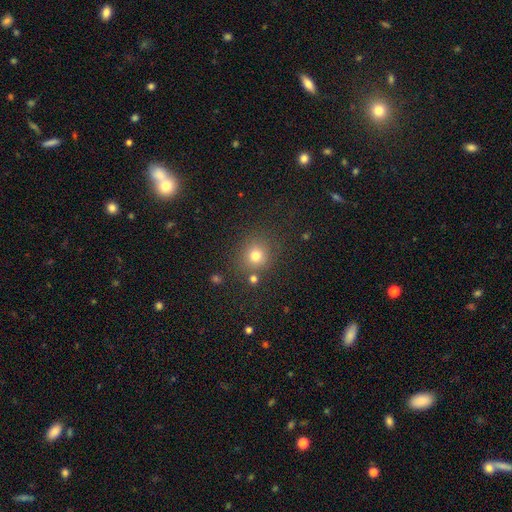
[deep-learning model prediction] Smooth or featured? Predicted: smooth (p=0.76). How rounded? Predicted: round (p=0.88). Merging? Predicted: none (p=0.79).